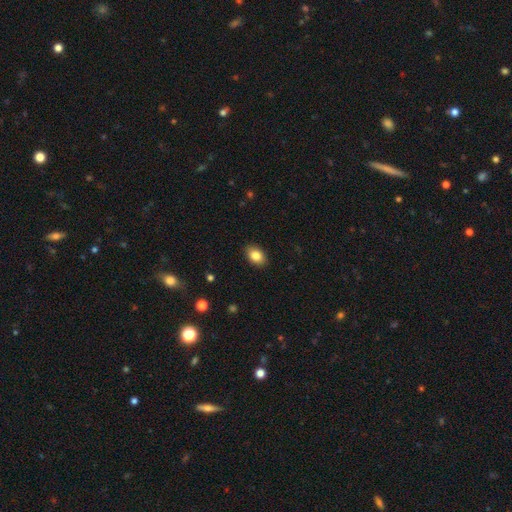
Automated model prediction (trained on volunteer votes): Smooth or featured? smooth (86%)
How rounded? in between (82%)
Merging? none (88%)